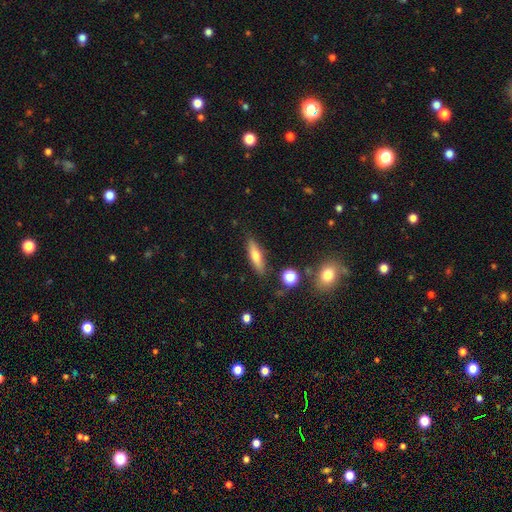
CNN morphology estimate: This appears to be a smooth galaxy with no disk features (62%) that is cigar-shaped (68%). Merging: none (85%).